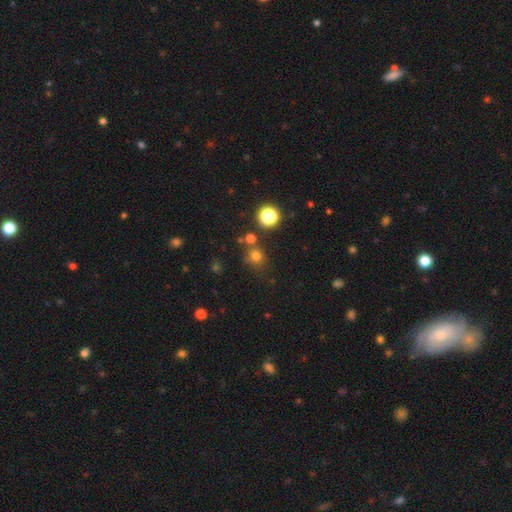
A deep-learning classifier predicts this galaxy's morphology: This appears to be a smooth galaxy with no disk features (70%) that is round (86%). Merging: none (72%).